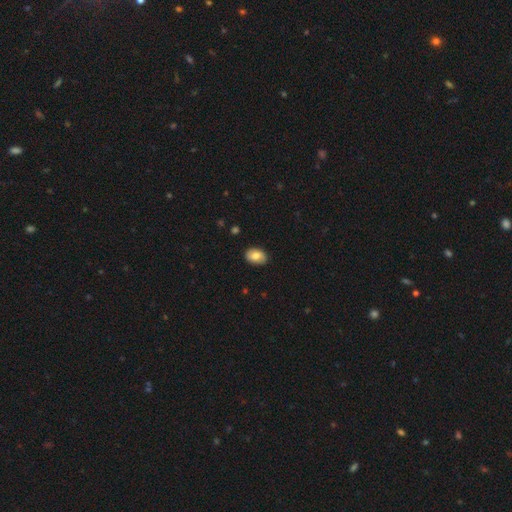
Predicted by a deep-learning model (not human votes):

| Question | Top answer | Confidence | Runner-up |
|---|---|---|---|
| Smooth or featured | smooth | 76% | featured or disk (17%) |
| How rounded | in between | 84% | round (15%) |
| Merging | none | 87% | minor disturbance (10%) |